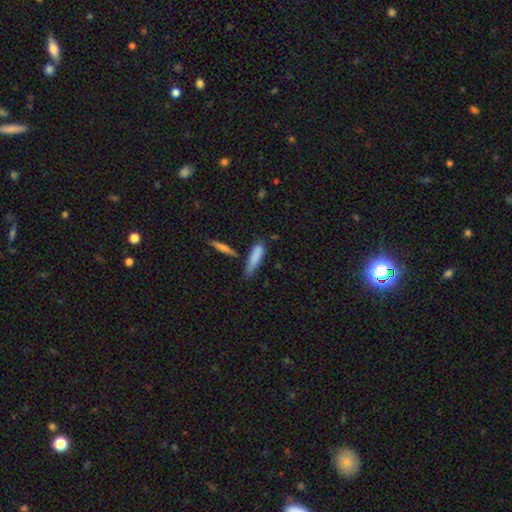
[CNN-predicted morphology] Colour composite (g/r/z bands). It shows a smooth galaxy with no disk features (81%) that is cigar-shaped (69%). Merging: none (58%).